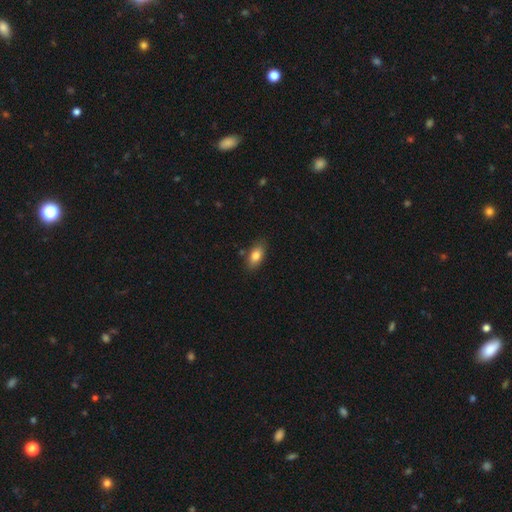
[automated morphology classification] smooth 80%, featured or disk 12%, star or artifact 8%. Down the decision tree: how rounded — in between (88%); merging — none (82%).